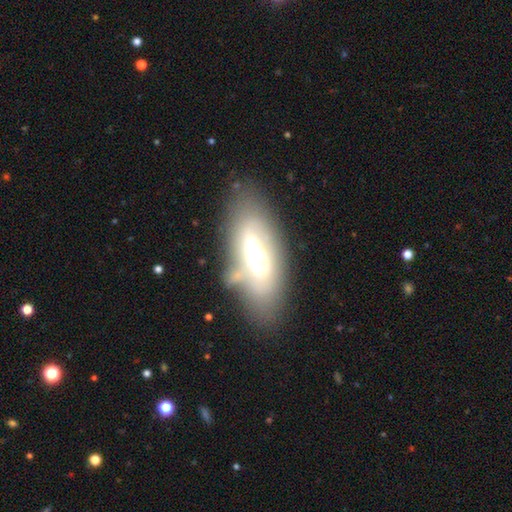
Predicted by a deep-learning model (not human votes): Smooth or featured? Predicted: featured or disk (p=0.51). Edge-on disk? Predicted: no (p=0.69). Merging? Predicted: none (p=0.56).